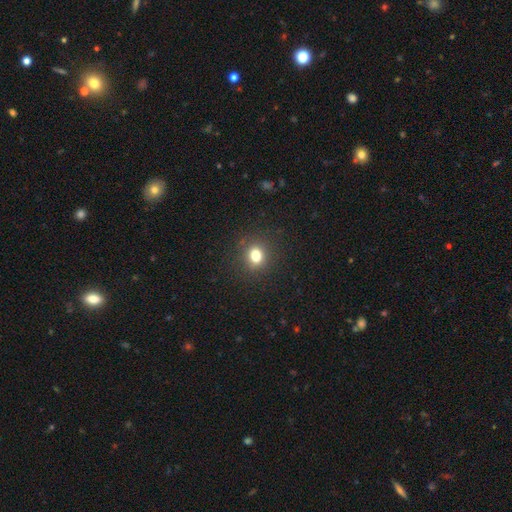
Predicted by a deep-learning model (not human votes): Smooth or featured?
  - smooth: 79% *
  - star or artifact: 14%
  - featured or disk: 7%
How rounded?
  - round: 68% *
  - in between: 31%
  - cigar-shaped: 1%
Merging?
  - none: 88% *
  - minor disturbance: 8%
  - major disturbance: 3%
  - merger: 1%